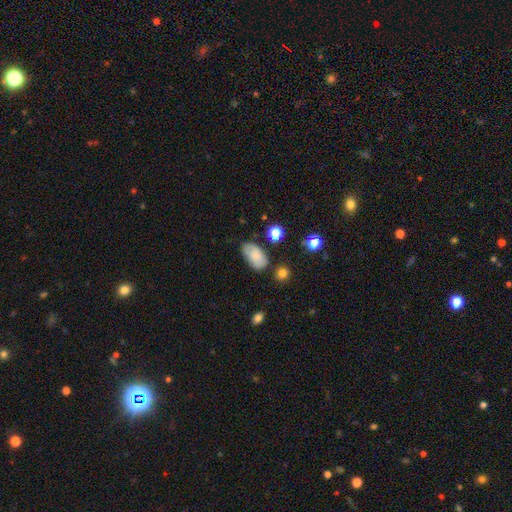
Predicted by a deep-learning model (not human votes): Q: Smooth or featured?
A: smooth (78%); runner-up: featured or disk (14%)
Q: How rounded?
A: in between (94%); runner-up: round (4%)
Q: Merging?
A: none (69%); runner-up: minor disturbance (21%)